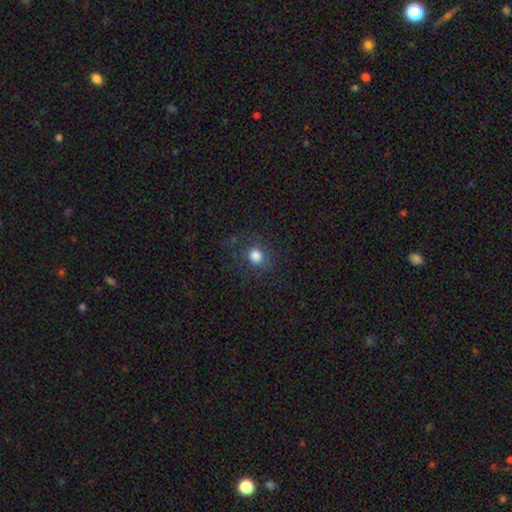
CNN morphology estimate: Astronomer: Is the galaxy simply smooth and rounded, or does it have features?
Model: smooth — 73%.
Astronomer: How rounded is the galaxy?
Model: round — 85%.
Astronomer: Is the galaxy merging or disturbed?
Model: none — 75%.